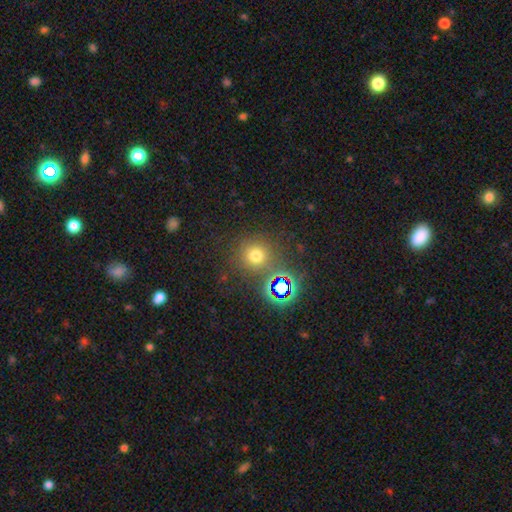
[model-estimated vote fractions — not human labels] smooth_or_featured: smooth (p=0.64) [alt: star or artifact p=0.27]
how_rounded: round (p=0.92) [alt: in between p=0.07]
merging: none (p=0.79) [alt: minor disturbance p=0.09]